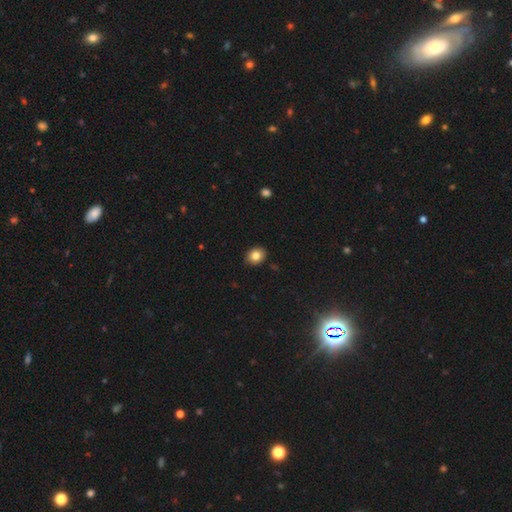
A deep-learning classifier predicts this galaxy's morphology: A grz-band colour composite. It shows a smooth galaxy with no disk features (83%) that is in between round and cigar-shaped (52%). Merging: none (88%).